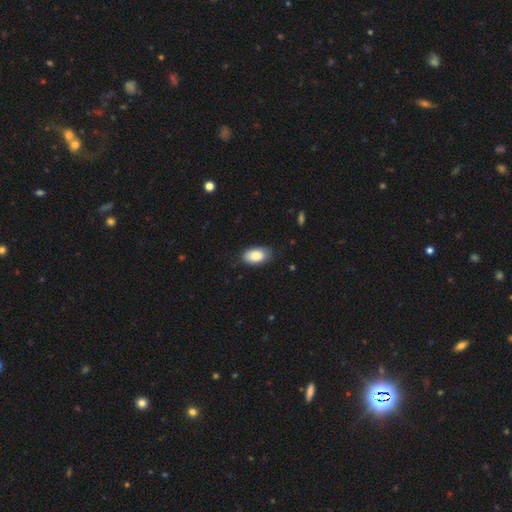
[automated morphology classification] smooth-or-featured: smooth: 85% | featured or disk: 9% | star or artifact: 7%
  how-rounded: in between: 94% | round: 5% | cigar-shaped: 1%
  merging: none: 78% | minor disturbance: 18% | major disturbance: 3% | merger: 1%